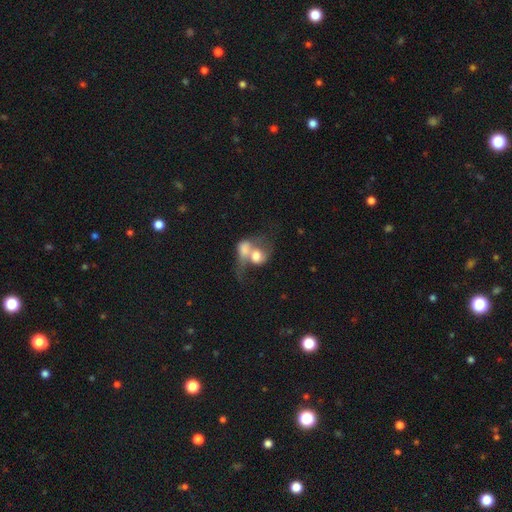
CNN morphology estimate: A smooth galaxy with no disk features (56%) that is in between round and cigar-shaped (50%).

Vote fractions:
- Smooth or featured? smooth: 56% / featured or disk: 36% / star or artifact: 8%
- How rounded? in between: 50% / round: 48% / cigar-shaped: 2%
- Merging? merger: 77% / major disturbance: 12% / none: 7% / minor disturbance: 4%